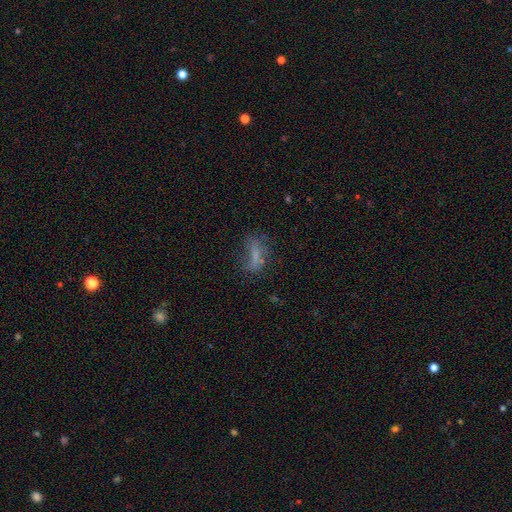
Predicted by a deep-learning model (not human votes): Smooth or featured?
  - smooth: 52% *
  - featured or disk: 30%
  - star or artifact: 17%
How rounded?
  - in between: 64% *
  - cigar-shaped: 28%
  - round: 8%
Merging?
  - none: 42% *
  - major disturbance: 29%
  - minor disturbance: 24%
  - merger: 6%